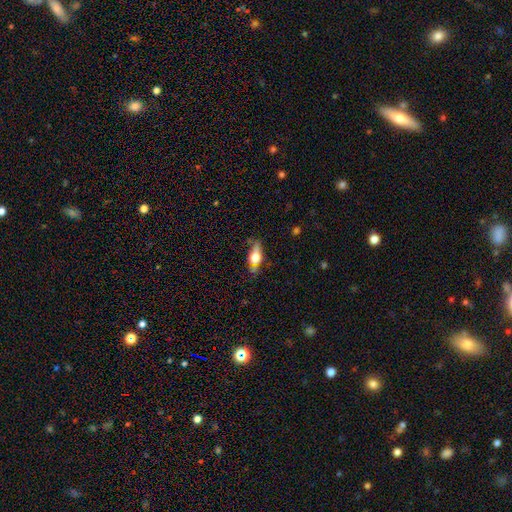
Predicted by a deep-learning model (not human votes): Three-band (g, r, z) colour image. It shows a smooth galaxy with no disk features (59%) that is in between round and cigar-shaped (69%). Merging: none (43%).